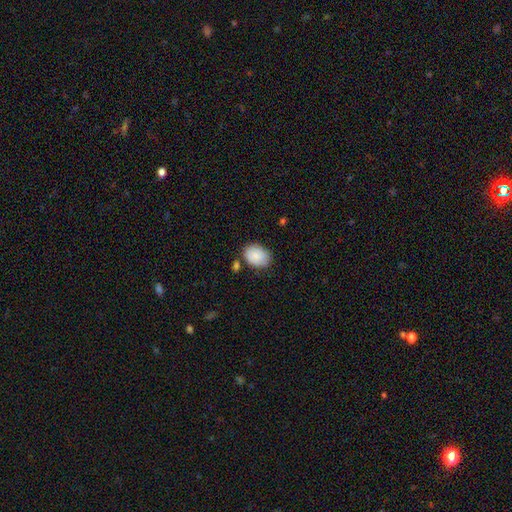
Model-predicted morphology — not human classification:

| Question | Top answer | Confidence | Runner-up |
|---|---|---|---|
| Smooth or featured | smooth | 88% | star or artifact (7%) |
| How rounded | in between | 72% | round (27%) |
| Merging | none | 73% | minor disturbance (17%) |